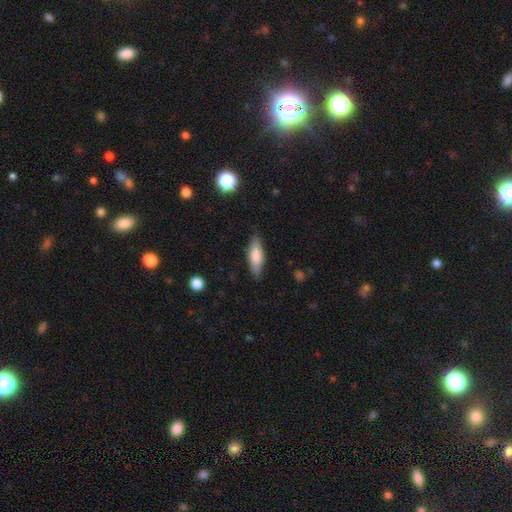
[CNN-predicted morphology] This appears to be a smooth galaxy with no disk features (74%) that is in between round and cigar-shaped (50%). Merging: none (85%).